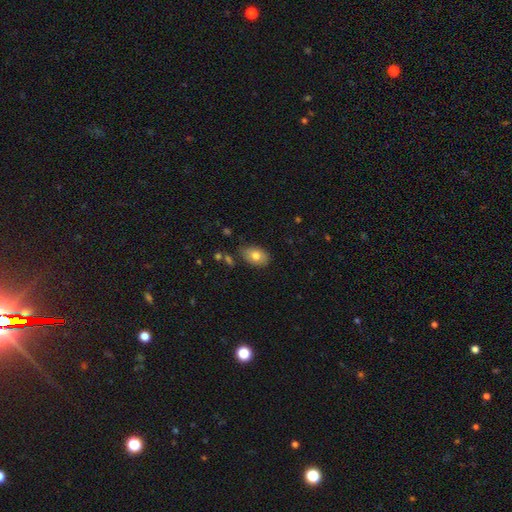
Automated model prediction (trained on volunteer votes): This is likely a smooth galaxy (78%). How rounded: clearly in between (86%). Merging: likely none (77%).